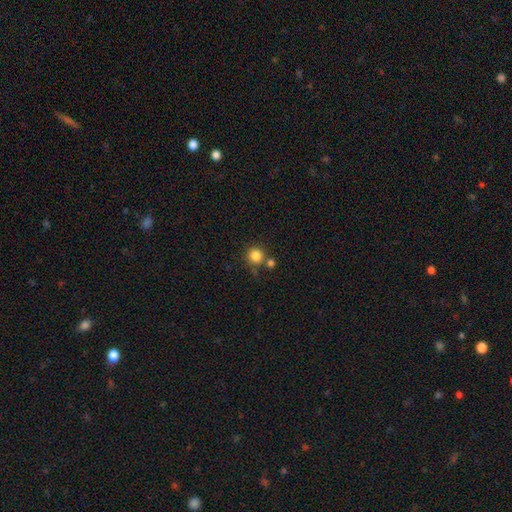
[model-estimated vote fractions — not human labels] Smooth or featured? Predicted: smooth (p=0.83). How rounded? Predicted: round (p=0.92). Merging? Predicted: none (p=0.67).